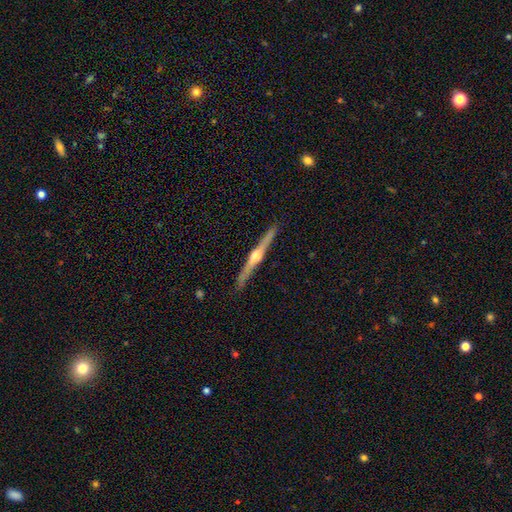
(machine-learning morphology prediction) featured or disk 80%, smooth 15%, star or artifact 5%. Down the decision tree: edge-on disk — yes (98%); edge-on bulge — rounded (93%); merging — none (91%).